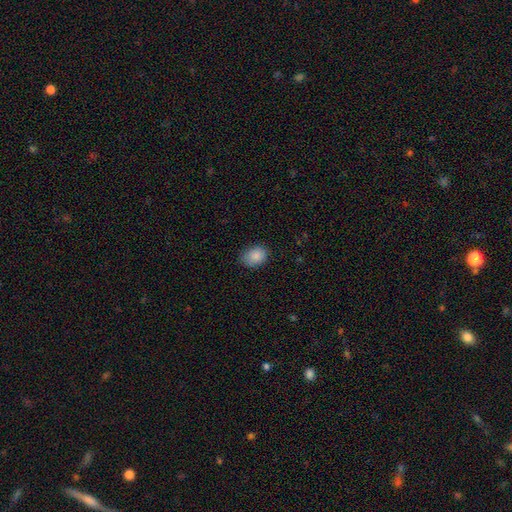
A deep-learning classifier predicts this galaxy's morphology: Overall: smooth (87%). How rounded: in between (62%; round 37%). Merging: none (78%).